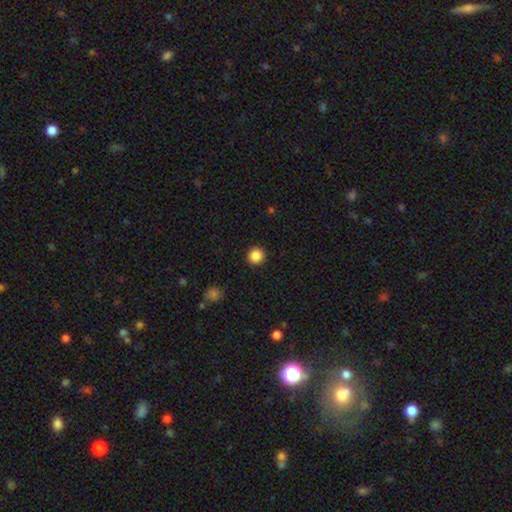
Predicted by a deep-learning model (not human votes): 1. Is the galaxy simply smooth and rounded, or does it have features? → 87% smooth, 10% star or artifact, 3% featured or disk.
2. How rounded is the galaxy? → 94% round, 5% in between, 1% cigar-shaped.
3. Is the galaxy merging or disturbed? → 93% none, 5% minor disturbance, 2% major disturbance, 1% merger.